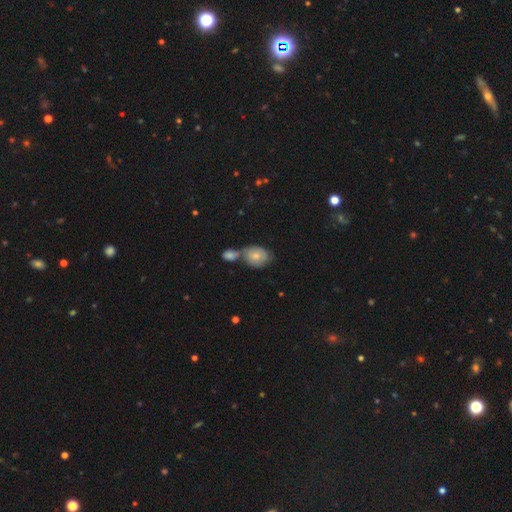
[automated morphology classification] smooth-or-featured: smooth: 67% | featured or disk: 26% | star or artifact: 7%
  how-rounded: in between: 65% | round: 34% | cigar-shaped: 1%
  merging: merger: 45% | none: 36% | minor disturbance: 14% | major disturbance: 5%